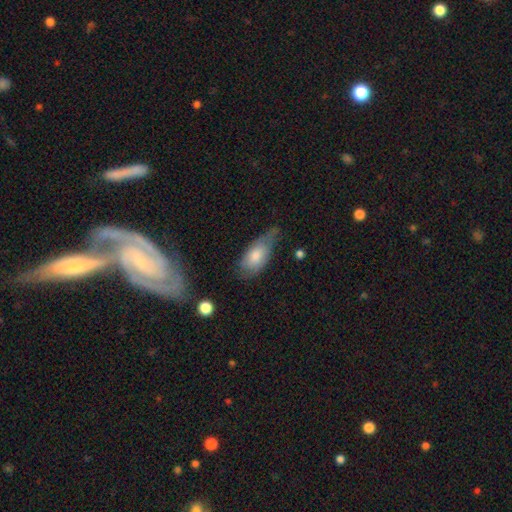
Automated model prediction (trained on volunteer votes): Q: Smooth or featured?
A: smooth (66%); runner-up: featured or disk (27%)
Q: How rounded?
A: in between (85%); runner-up: cigar-shaped (12%)
Q: Merging?
A: none (42%); runner-up: minor disturbance (40%)